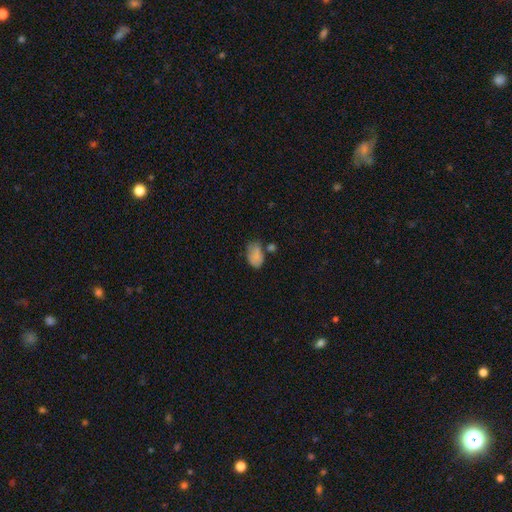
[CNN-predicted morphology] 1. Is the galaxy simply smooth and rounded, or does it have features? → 79% smooth, 11% featured or disk, 10% star or artifact.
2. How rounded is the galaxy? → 87% in between, 11% round, 1% cigar-shaped.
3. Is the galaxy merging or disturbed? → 45% none, 27% minor disturbance, 18% merger, 11% major disturbance.